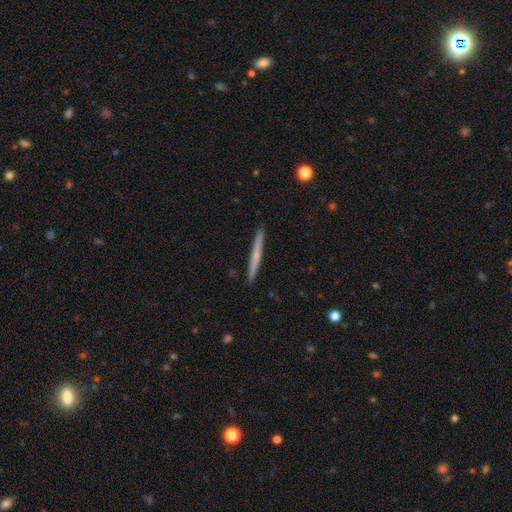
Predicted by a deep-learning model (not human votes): smooth 48%, featured or disk 46%, star or artifact 6%. Down the decision tree: merging — none (92%).